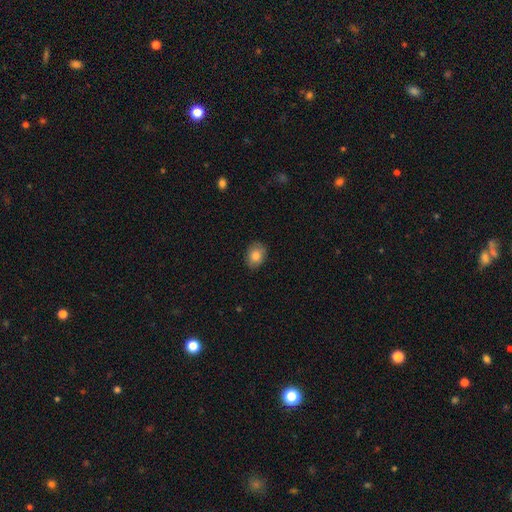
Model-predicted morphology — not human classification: This is clearly a smooth galaxy (82%). How rounded: likely in between (61%). Merging: clearly none (85%).